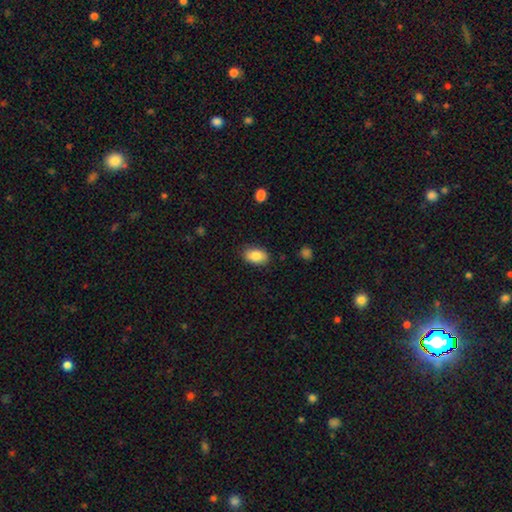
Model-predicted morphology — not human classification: Smooth or featured: smooth — 86% (star or artifact — 7%)
How rounded: in between — 91% (round — 8%)
Merging: none — 86% (minor disturbance — 11%)